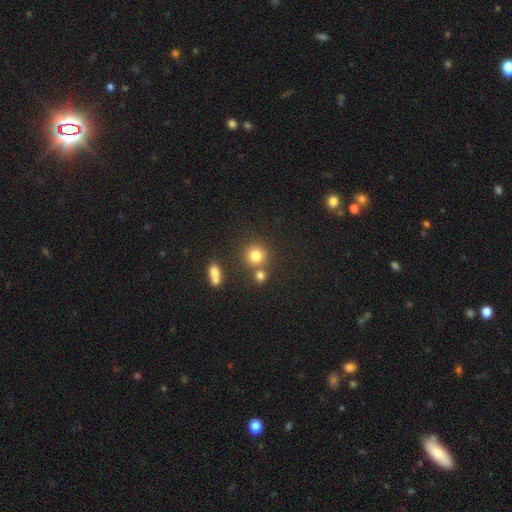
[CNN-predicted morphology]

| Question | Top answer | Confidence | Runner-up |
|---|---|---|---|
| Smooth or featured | smooth | 78% | star or artifact (14%) |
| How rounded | round | 89% | in between (10%) |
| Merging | none | 68% | merger (20%) |